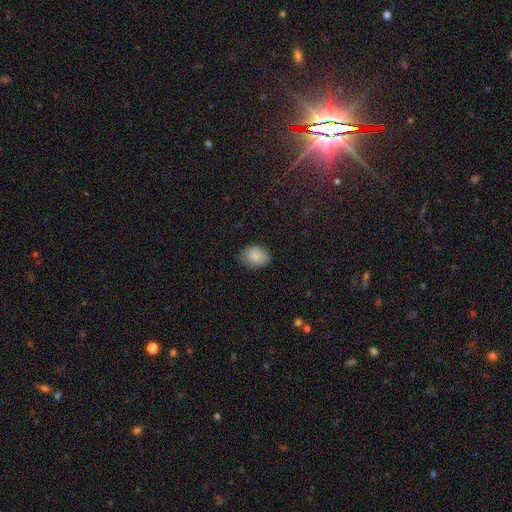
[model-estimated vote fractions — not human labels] Morphology: type=smooth (86%); roundness=in between (68%); merging=none (76%).